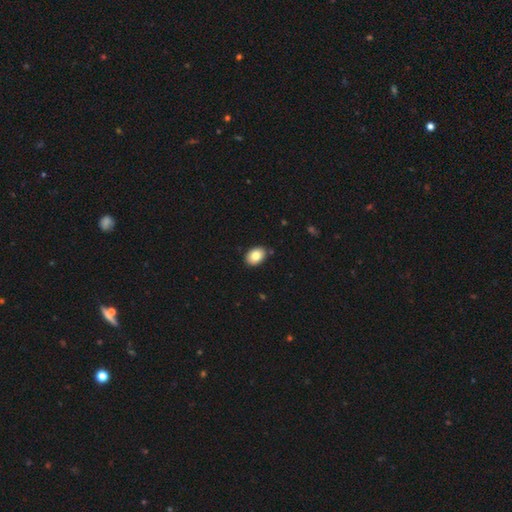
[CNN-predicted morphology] Smooth or featured: smooth — 82% (featured or disk — 10%)
How rounded: in between — 78% (round — 21%)
Merging: none — 87% (minor disturbance — 10%)